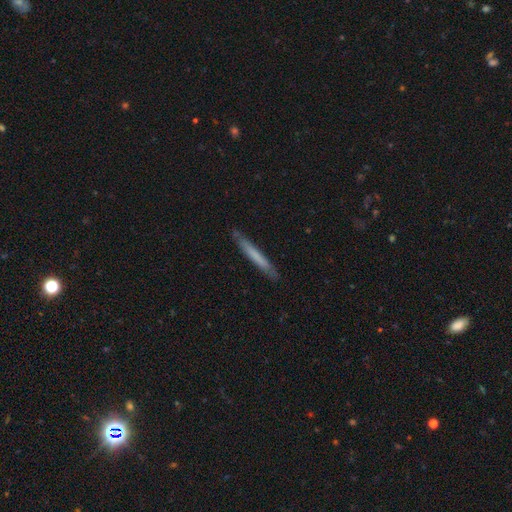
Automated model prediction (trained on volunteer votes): This appears to be a smooth galaxy with no disk features (62%) that is cigar-shaped (96%). Merging: none (87%).